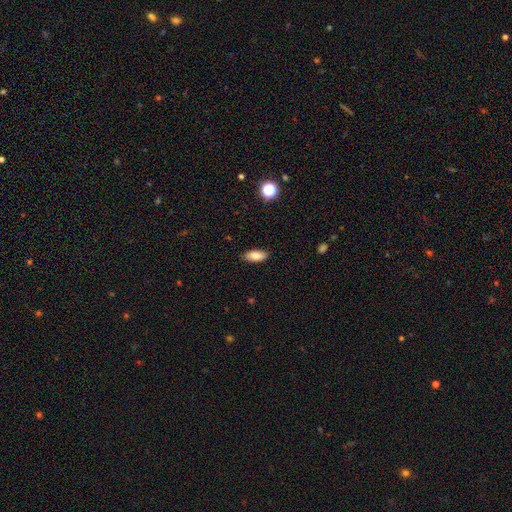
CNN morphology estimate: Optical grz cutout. It shows a smooth galaxy with no disk features (82%) that is in between round and cigar-shaped (86%). Merging: none (88%).